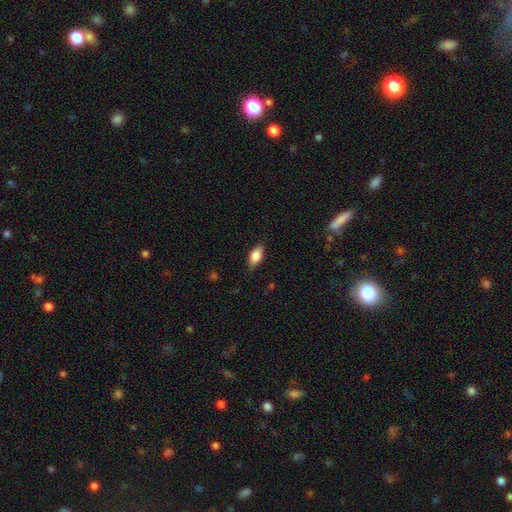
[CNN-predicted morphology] A smooth galaxy with no disk features (83%) that is in between round and cigar-shaped (87%).

Vote fractions:
- Smooth or featured? smooth: 83% / featured or disk: 10% / star or artifact: 7%
- How rounded? in between: 87% / cigar-shaped: 9% / round: 3%
- Merging? none: 83% / minor disturbance: 13% / major disturbance: 3% / merger: 1%